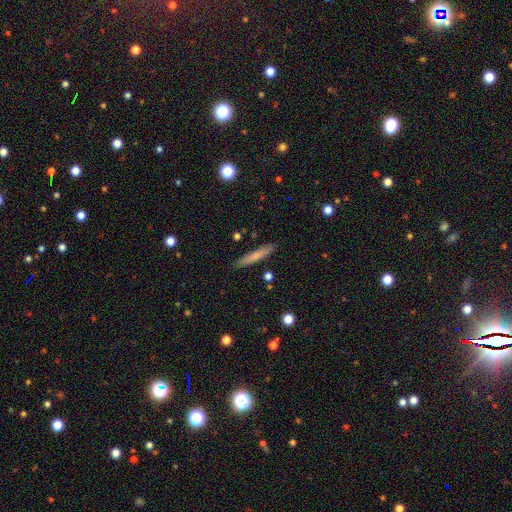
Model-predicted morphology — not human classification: smooth 68%, featured or disk 26%, star or artifact 7%. Down the decision tree: how rounded — cigar-shaped (94%); merging — none (89%).